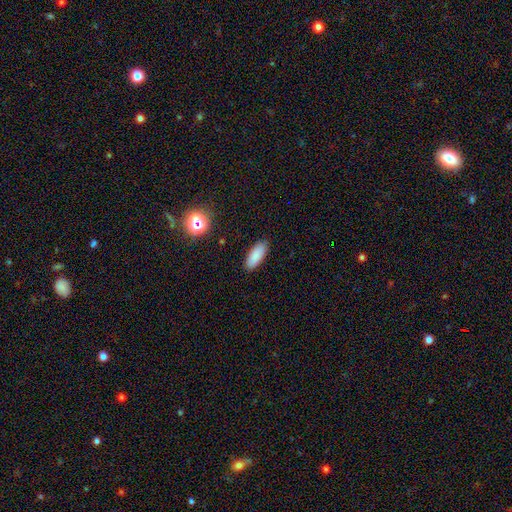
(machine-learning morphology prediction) This is clearly a smooth galaxy (87%). How rounded: likely in between (79%). Merging: clearly none (89%).